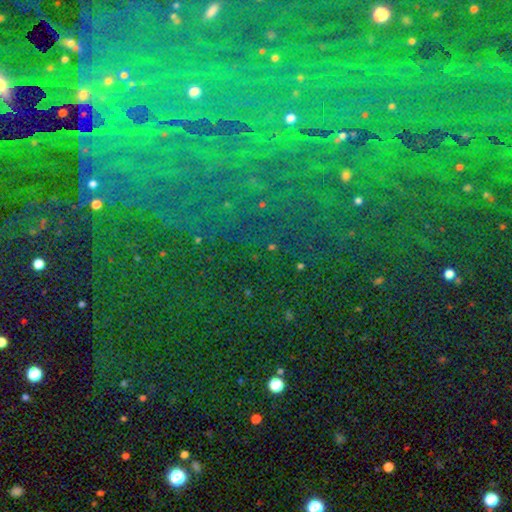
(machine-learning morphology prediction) This is likely a star or artifact rather than a galaxy (75%).